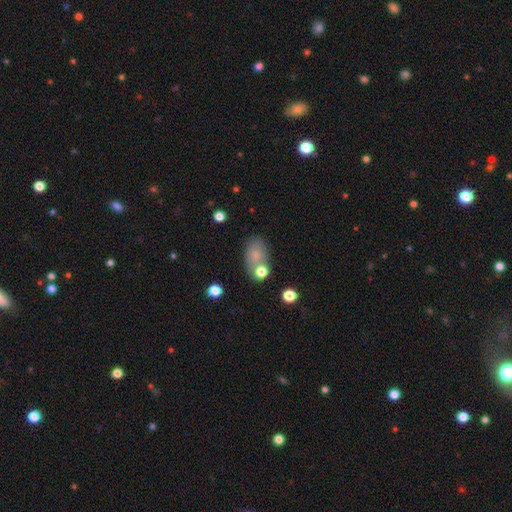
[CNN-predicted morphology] A smooth galaxy with no disk features (72%) that is in between round and cigar-shaped (85%). Merging: none (53%).